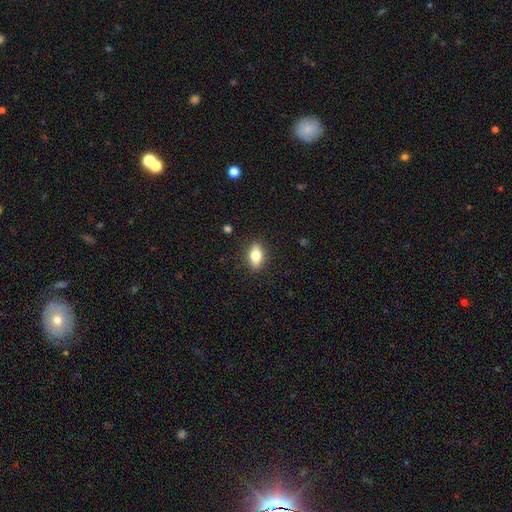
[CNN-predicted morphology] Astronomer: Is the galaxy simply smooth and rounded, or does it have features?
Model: smooth — 73%.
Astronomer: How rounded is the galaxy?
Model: in between — 82%.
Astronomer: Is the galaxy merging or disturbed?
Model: none — 88%.